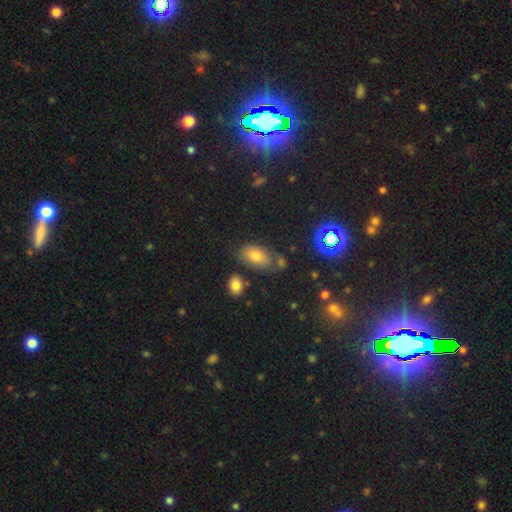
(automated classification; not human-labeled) Overall: smooth (67%). How rounded: in between (89%). Merging: none (66%).